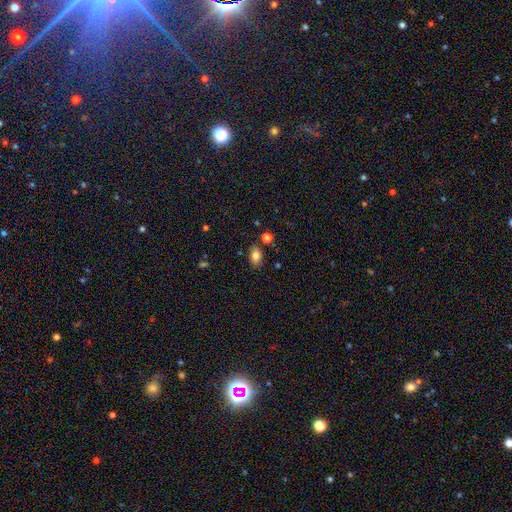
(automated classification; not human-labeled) A smooth galaxy with no disk features (81%) that is in between round and cigar-shaped (83%).

Vote fractions:
- Smooth or featured? smooth: 81% / star or artifact: 10% / featured or disk: 9%
- How rounded? in between: 83% / round: 15% / cigar-shaped: 2%
- Merging? none: 79% / minor disturbance: 13% / merger: 4% / major disturbance: 3%